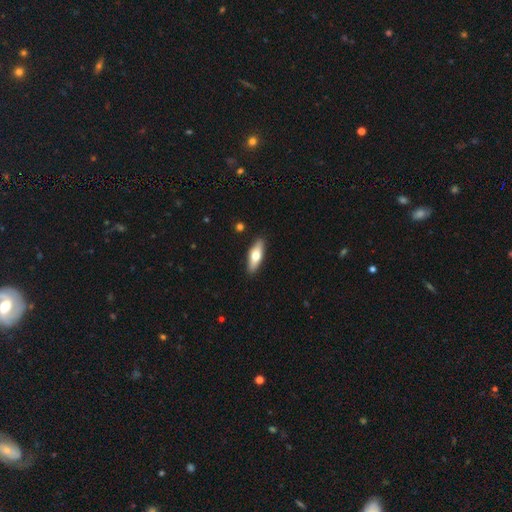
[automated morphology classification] This appears to be a smooth galaxy with no disk features (61%) that is in between round and cigar-shaped (58%). Merging: none (89%).